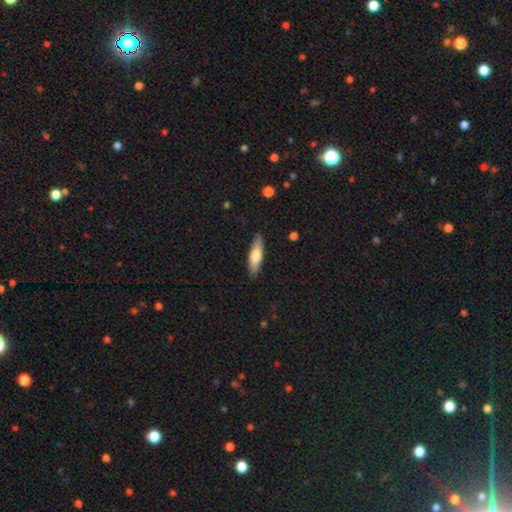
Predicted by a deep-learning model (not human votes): Smooth or featured: smooth — 69% (featured or disk — 26%)
How rounded: cigar-shaped — 60% (in between — 38%)
Merging: none — 87% (minor disturbance — 10%)